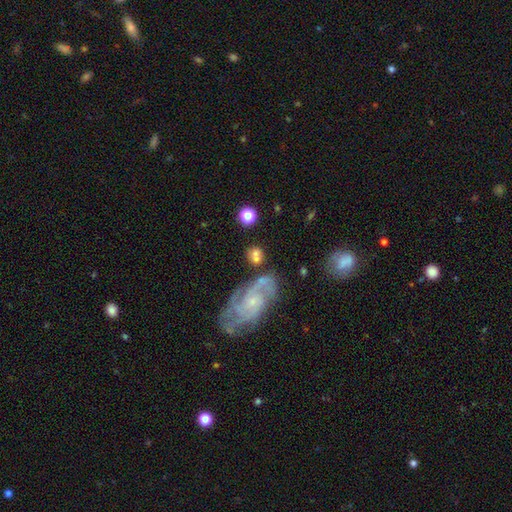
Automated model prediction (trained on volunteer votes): Smooth or featured?
  - smooth: 57% *
  - featured or disk: 32%
  - star or artifact: 11%
How rounded?
  - round: 71% *
  - in between: 27%
  - cigar-shaped: 2%
Merging?
  - none: 60% *
  - merger: 18%
  - minor disturbance: 14%
  - major disturbance: 8%